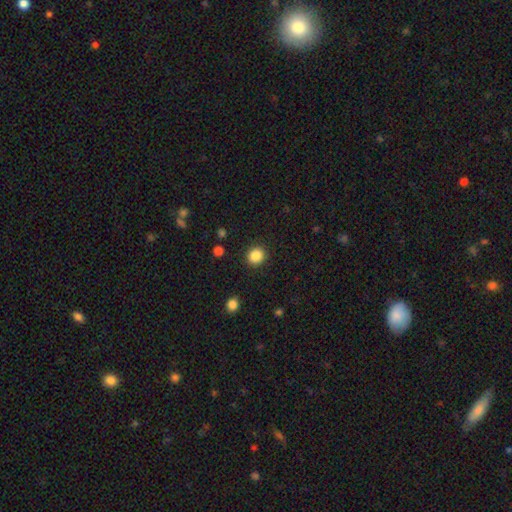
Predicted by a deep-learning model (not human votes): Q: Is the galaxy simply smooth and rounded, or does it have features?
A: smooth — 87%.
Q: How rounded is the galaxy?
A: round — 83%.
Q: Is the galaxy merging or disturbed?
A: none — 90%.